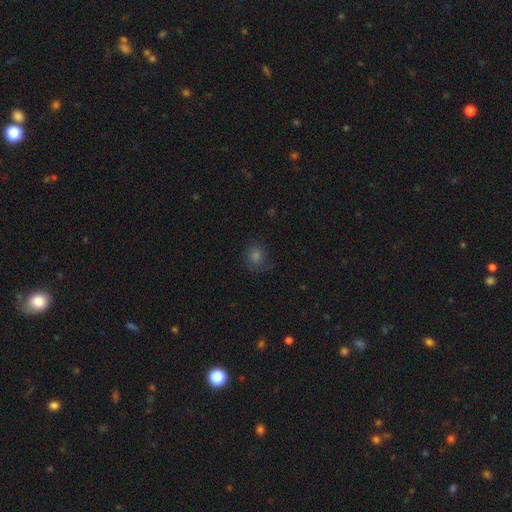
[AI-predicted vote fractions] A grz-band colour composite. It shows a smooth galaxy with no disk features (62%) that is round (71%). Merging: none (74%).